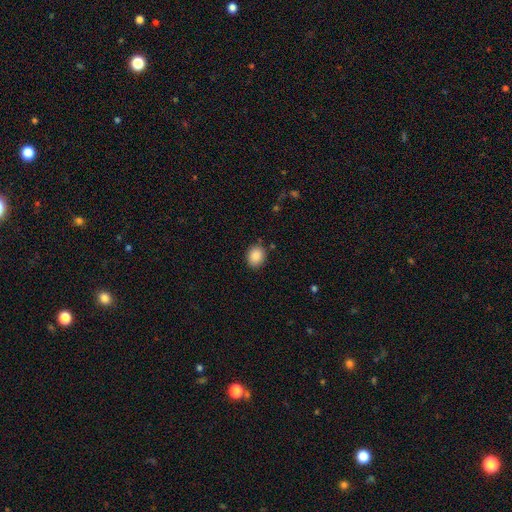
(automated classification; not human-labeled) smooth 88%, star or artifact 8%, featured or disk 4%. Down the decision tree: how rounded — round (61%); merging — none (86%).